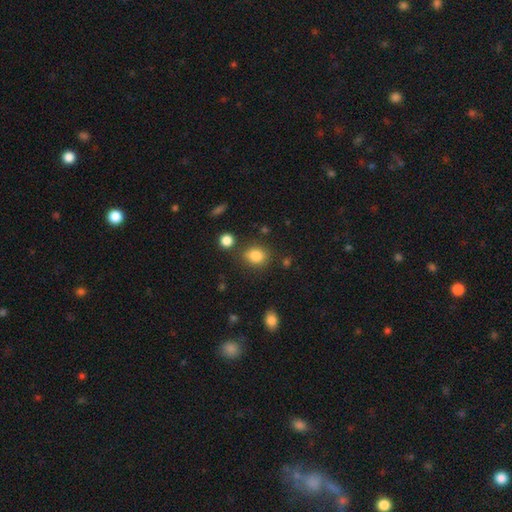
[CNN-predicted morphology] Overall: smooth (84%). How rounded: round (59%; in between 40%). Merging: none (78%).